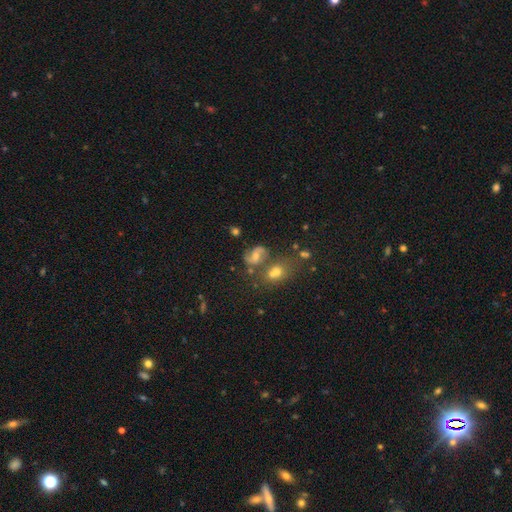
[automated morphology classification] type=featured or disk (64%); edge-on=no (97%); bar=no (50%); spiral arms=yes (88%); winding=medium (51%); arm count=2 (89%); bulge=moderate (50%); merging=none (53%).